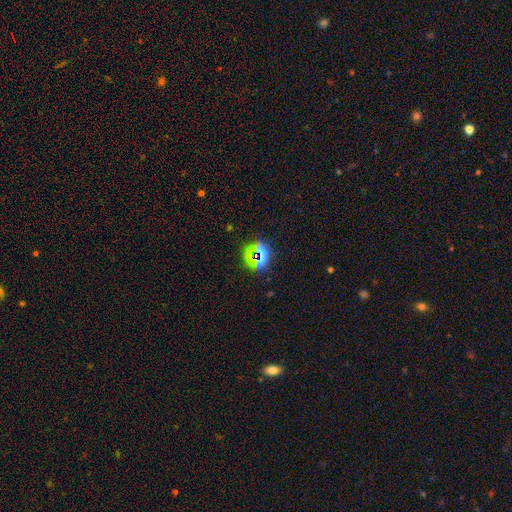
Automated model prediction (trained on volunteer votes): Smooth or featured? star or artifact (69%)